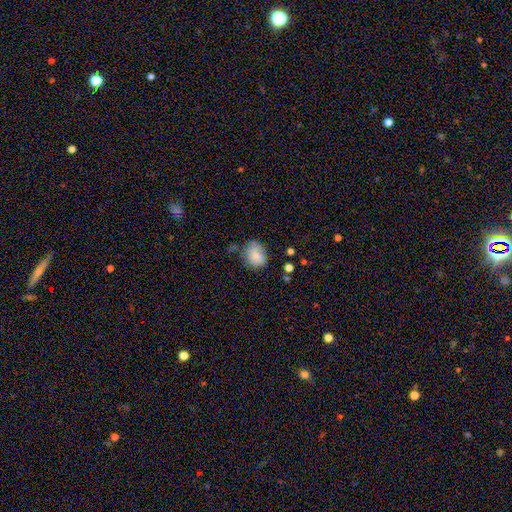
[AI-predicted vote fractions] A smooth galaxy with no disk features (81%) that is round (53%).

Vote fractions:
- Smooth or featured? smooth: 81% / featured or disk: 10% / star or artifact: 9%
- How rounded? round: 53% / in between: 46% / cigar-shaped: 1%
- Merging? none: 56% / minor disturbance: 30% / major disturbance: 9% / merger: 5%